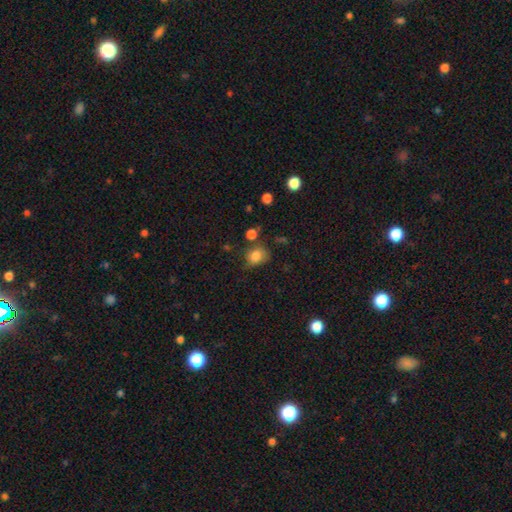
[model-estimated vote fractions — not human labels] A smooth galaxy with no disk features (83%) that is round (56%).

Vote fractions:
- Smooth or featured? smooth: 83% / star or artifact: 11% / featured or disk: 6%
- How rounded? round: 56% / in between: 43% / cigar-shaped: 1%
- Merging? none: 58% / minor disturbance: 26% / major disturbance: 8% / merger: 8%